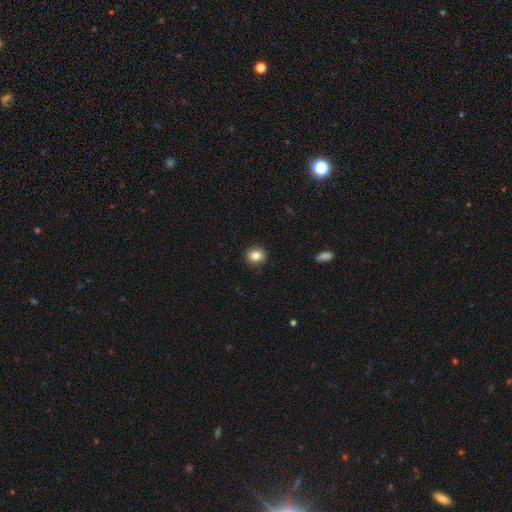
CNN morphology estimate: Q: Smooth or featured?
A: smooth (84%); runner-up: star or artifact (10%)
Q: How rounded?
A: round (78%); runner-up: in between (21%)
Q: Merging?
A: none (90%); runner-up: minor disturbance (7%)